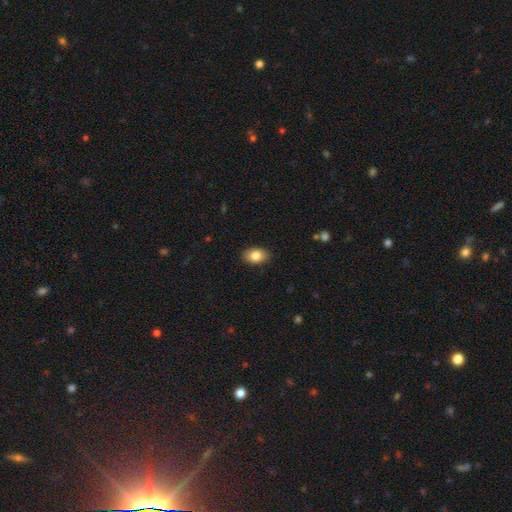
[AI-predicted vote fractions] smooth-or-featured: smooth: 84% | featured or disk: 8% | star or artifact: 8%
  how-rounded: in between: 84% | round: 15% | cigar-shaped: 1%
  merging: none: 88% | minor disturbance: 9% | major disturbance: 2% | merger: 1%